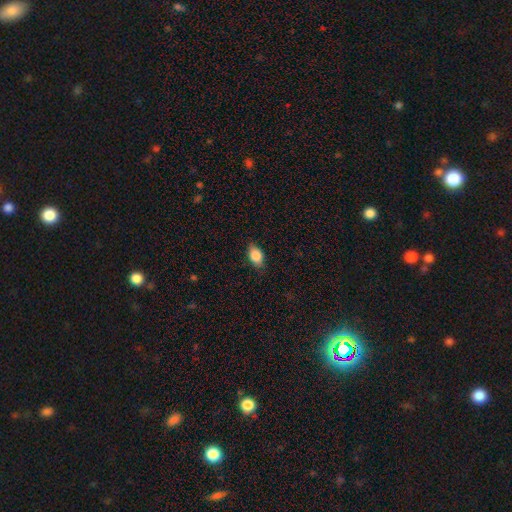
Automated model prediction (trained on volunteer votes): Smooth or featured? Predicted: smooth (p=0.83). How rounded? Predicted: in between (p=0.86). Merging? Predicted: none (p=0.81).